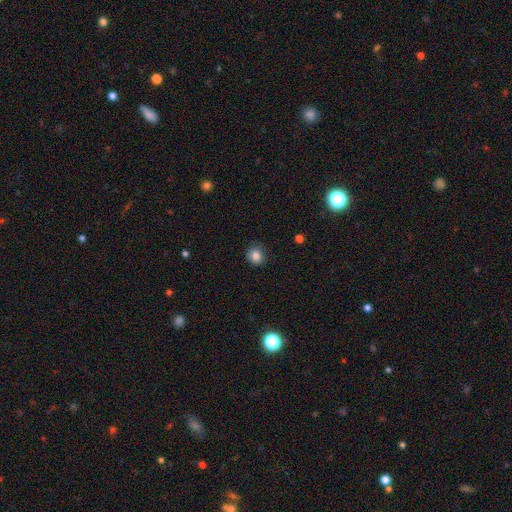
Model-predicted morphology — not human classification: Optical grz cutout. It shows a smooth galaxy with no disk features (84%) that is round (85%). Merging: none (87%).